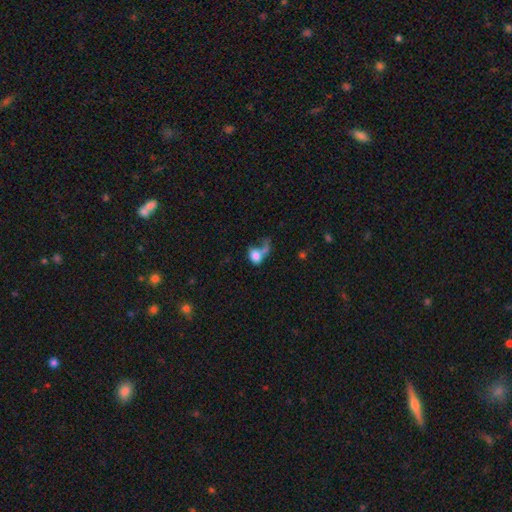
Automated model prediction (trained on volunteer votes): smooth-or-featured: smooth: 75% | featured or disk: 16% | star or artifact: 10%
  how-rounded: in between: 72% | round: 26% | cigar-shaped: 2%
  merging: merger: 39% | major disturbance: 26% | none: 22% | minor disturbance: 13%